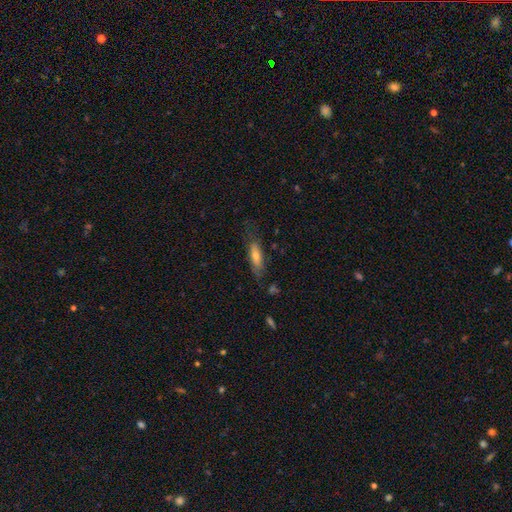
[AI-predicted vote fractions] smooth_or_featured: smooth (p=0.58) [alt: featured or disk p=0.34]
how_rounded: cigar-shaped (p=0.52) [alt: in between p=0.46]
merging: none (p=0.66) [alt: minor disturbance p=0.22]